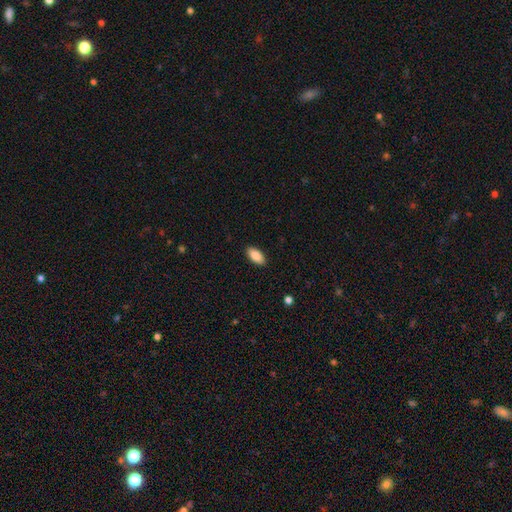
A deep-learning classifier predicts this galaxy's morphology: This is clearly a smooth galaxy (89%). How rounded: clearly in between (91%). Merging: clearly none (90%).